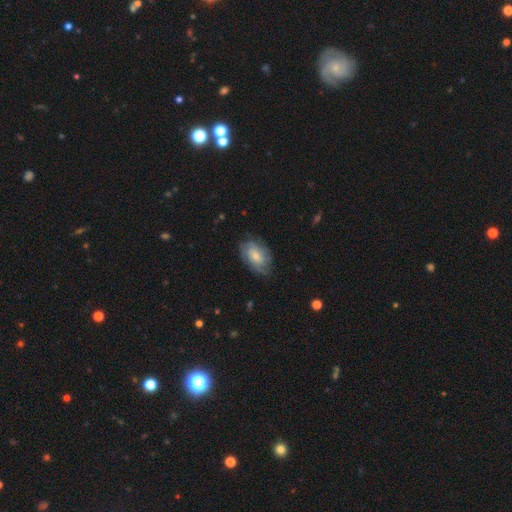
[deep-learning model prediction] smooth-or-featured: featured or disk: 53% | smooth: 40% | star or artifact: 7%
  disk-edge-on: no: 96% | yes: 4%
    bar: no: 68% | weak: 28% | strong: 4%
    has-spiral-arms: yes: 83% | no: 17%
    bulge-size: small: 43% | moderate: 41% | large: 7% | none: 7% | dominant: 2%
  merging: none: 72% | minor disturbance: 20% | major disturbance: 7% | merger: 1%